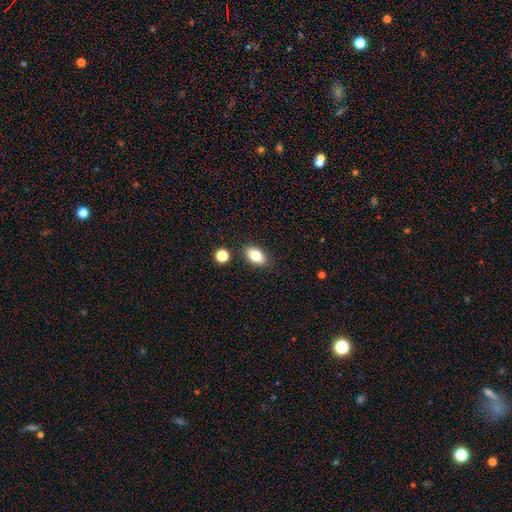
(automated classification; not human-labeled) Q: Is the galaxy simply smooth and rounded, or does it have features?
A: smooth — 79%.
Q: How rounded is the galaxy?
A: in between — 86%.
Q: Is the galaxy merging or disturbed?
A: none — 85%.